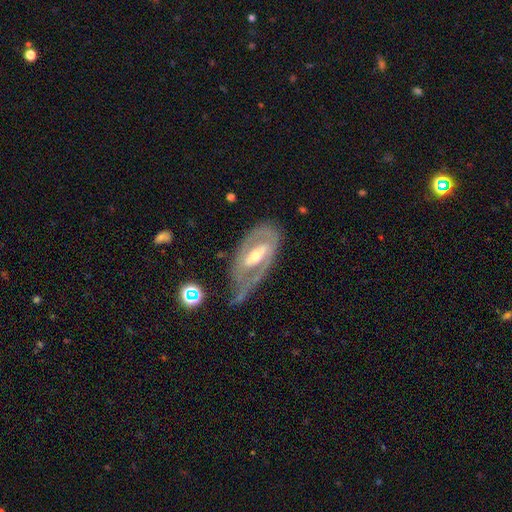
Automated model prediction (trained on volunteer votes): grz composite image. It shows a featured or disk galaxy (81%) with a strong bar (42%), 2 (56%) tight (43%) spiral arms (77%) and a moderate central bulge (60%). Merging: none (39%).